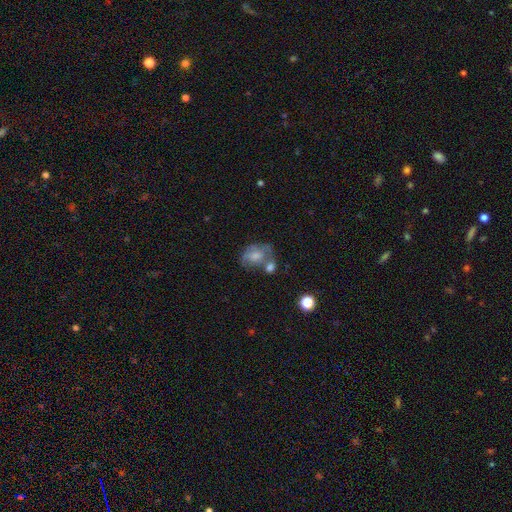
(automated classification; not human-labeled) smooth 51%, featured or disk 39%, star or artifact 9%. Down the decision tree: how rounded — in between (66%); merging — merger (36%).